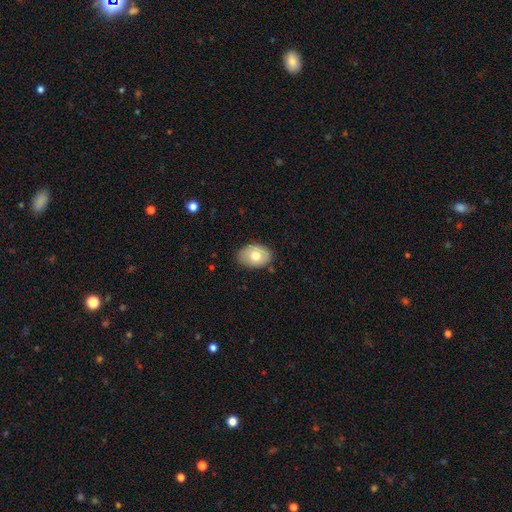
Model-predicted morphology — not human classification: smooth-or-featured: smooth: 72% | featured or disk: 21% | star or artifact: 7%
  how-rounded: in between: 80% | round: 19% | cigar-shaped: 1%
  merging: none: 83% | minor disturbance: 13% | major disturbance: 2% | merger: 1%